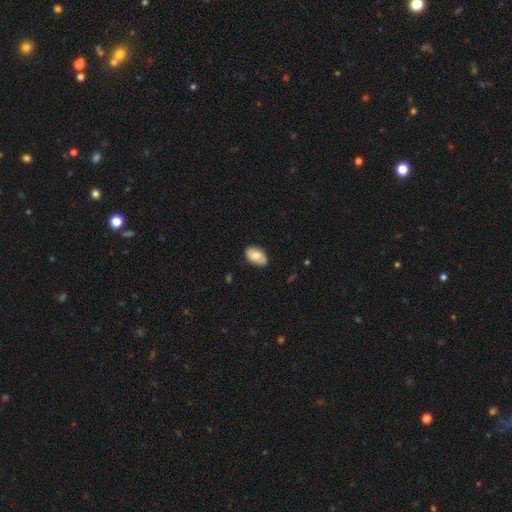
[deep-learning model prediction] This appears to be a smooth galaxy with no disk features (71%) that is in between round and cigar-shaped (92%). Merging: none (79%).